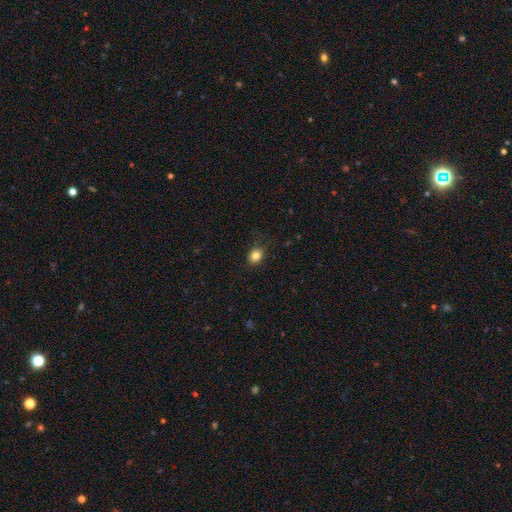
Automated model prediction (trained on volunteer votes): Q: Smooth or featured?
A: smooth (83%); runner-up: star or artifact (11%)
Q: How rounded?
A: round (52%); runner-up: in between (47%)
Q: Merging?
A: none (82%); runner-up: minor disturbance (13%)